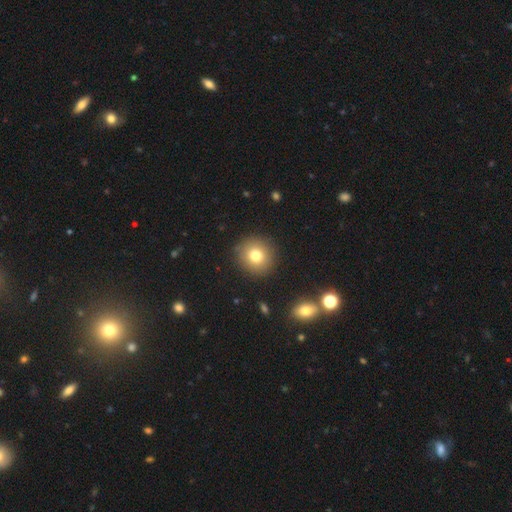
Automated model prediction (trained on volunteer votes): Smooth or featured?
  - smooth: 77% *
  - star or artifact: 12%
  - featured or disk: 11%
How rounded?
  - round: 92% *
  - in between: 7%
  - cigar-shaped: 1%
Merging?
  - none: 90% *
  - minor disturbance: 7%
  - major disturbance: 2%
  - merger: 1%